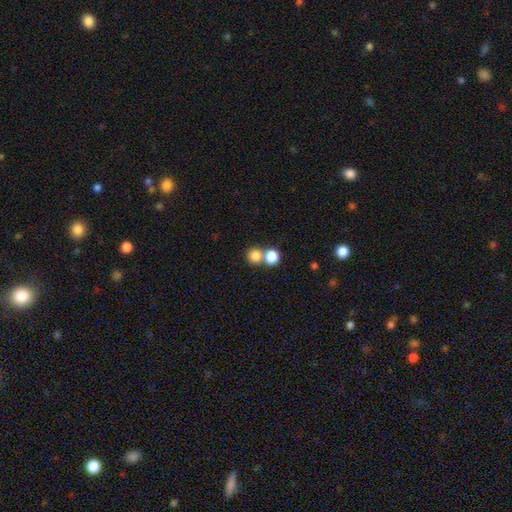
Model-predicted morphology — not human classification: A smooth galaxy with no disk features (81%) that is round (89%).

Vote fractions:
- Smooth or featured? smooth: 81% / star or artifact: 12% / featured or disk: 7%
- How rounded? round: 89% / in between: 10% / cigar-shaped: 1%
- Merging? none: 50% / merger: 42% / minor disturbance: 5% / major disturbance: 3%